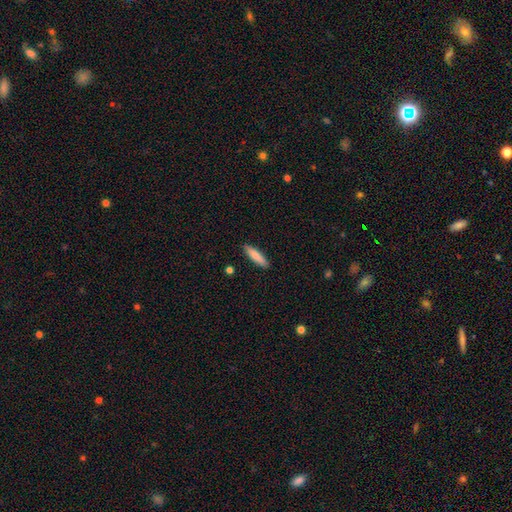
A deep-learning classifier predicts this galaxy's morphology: This is clearly a smooth galaxy (81%). How rounded: likely cigar-shaped (79%). Merging: clearly none (88%).